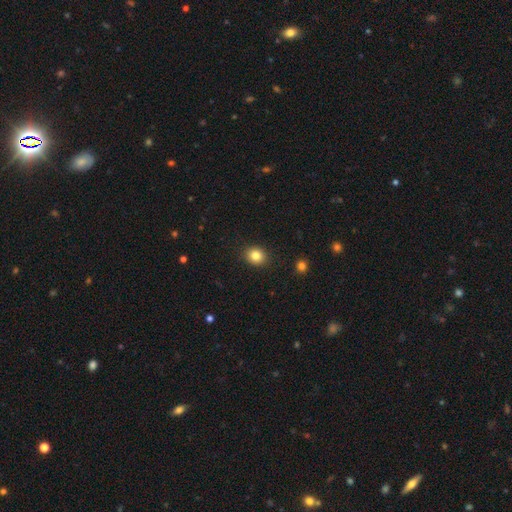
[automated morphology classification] Q: Smooth or featured?
A: smooth (83%); runner-up: star or artifact (11%)
Q: How rounded?
A: round (74%); runner-up: in between (25%)
Q: Merging?
A: none (91%); runner-up: minor disturbance (6%)